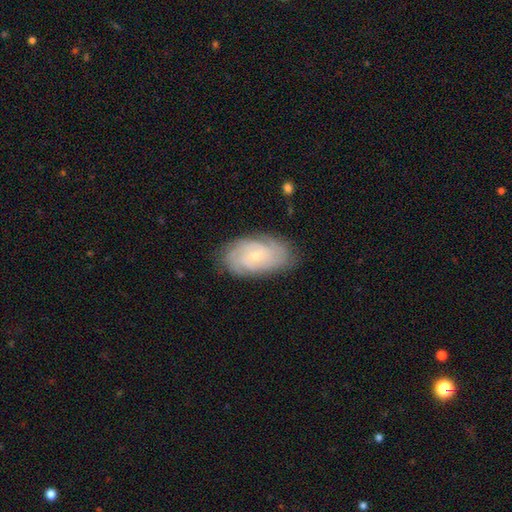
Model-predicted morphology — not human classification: A featured or disk galaxy (74%) with no bar (70%), tight (70%) spiral arms (94%) and a small central bulge (68%).

Vote fractions:
- Smooth or featured? featured or disk: 74% / smooth: 19% / star or artifact: 7%
- Edge-on disk? no: 95% / yes: 5%
- Bar? no: 70% / weak: 26% / strong: 4%
- Spiral arms? yes: 94% / no: 6%
- Spiral winding? tight: 70% / medium: 25% / loose: 5%
- Spiral arm count? can't tell: 39% / 3: 19% / 2: 19% / 4: 13% / more than 4: 5% / 1: 5%
- Bulge size? small: 68% / moderate: 28% / none: 1% / large: 1% / dominant: 1%
- Merging? none: 79% / minor disturbance: 16% / major disturbance: 4% / merger: 1%